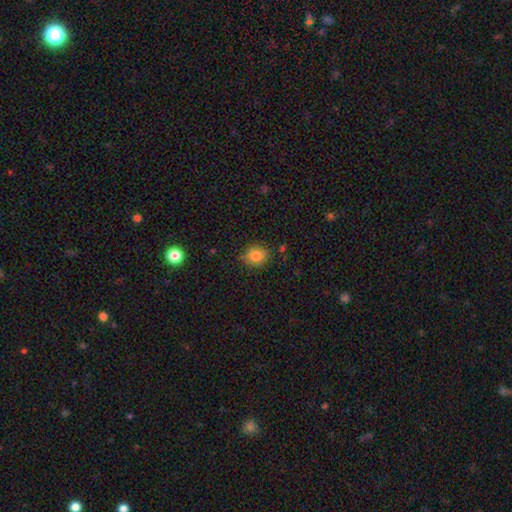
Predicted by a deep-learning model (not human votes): Smooth or featured? smooth (84%)
How rounded? round (62%)
Merging? none (79%)